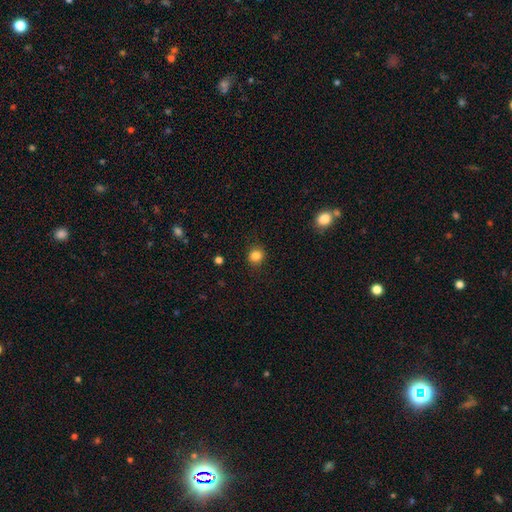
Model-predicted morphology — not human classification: type=smooth (84%); roundness=round (86%); merging=none (89%).